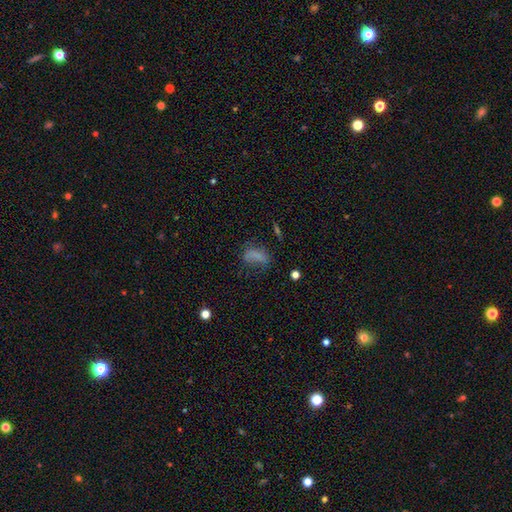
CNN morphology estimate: Smooth or featured: smooth — 68% (featured or disk — 16%)
How rounded: in between — 81% (round — 10%)
Merging: none — 43% (minor disturbance — 27%)